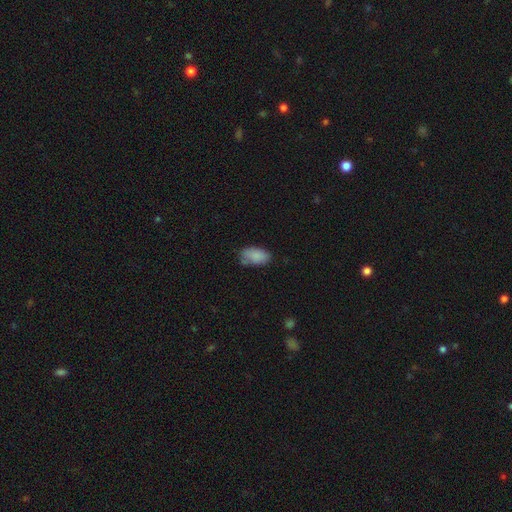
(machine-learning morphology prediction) A smooth galaxy with no disk features (85%) that is in between round and cigar-shaped (93%). Merging: none (60%).